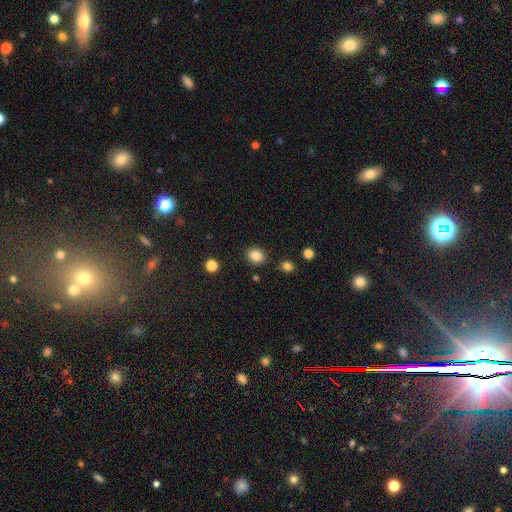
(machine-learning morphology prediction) smooth_or_featured: smooth (p=0.85) [alt: star or artifact p=0.10]
how_rounded: round (p=0.61) [alt: in between p=0.38]
merging: none (p=0.85) [alt: minor disturbance p=0.09]